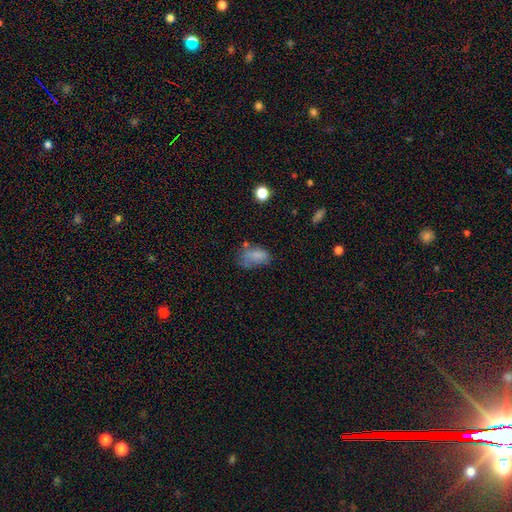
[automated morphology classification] Overall: smooth (73%). How rounded: in between (89%). Merging: none (41%; minor disturbance 30%).